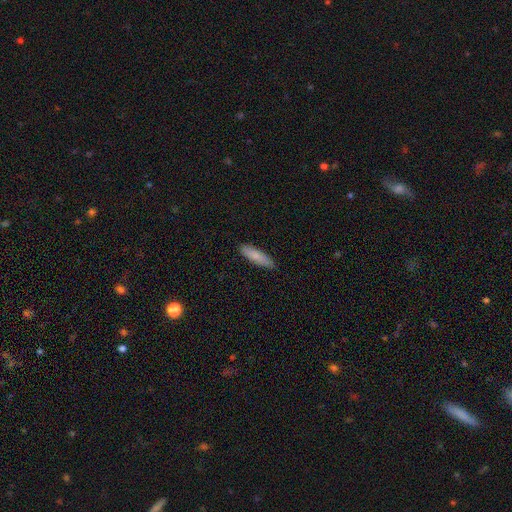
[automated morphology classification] smooth-or-featured: smooth: 82% | featured or disk: 13% | star or artifact: 6%
  how-rounded: cigar-shaped: 66% | in between: 32% | round: 2%
  merging: none: 87% | minor disturbance: 10% | major disturbance: 2% | merger: 1%